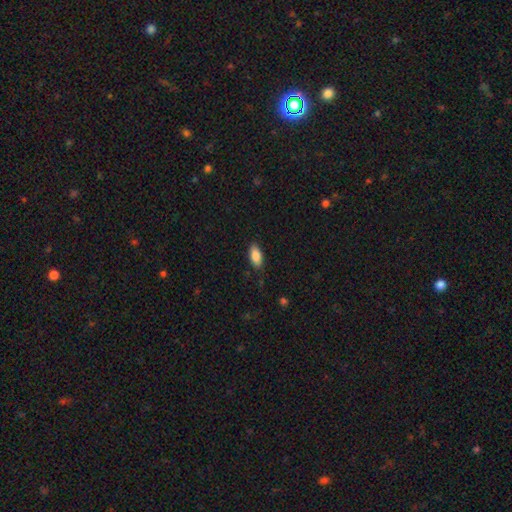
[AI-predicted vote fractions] Overall: smooth (86%). How rounded: in between (88%). Merging: none (86%).